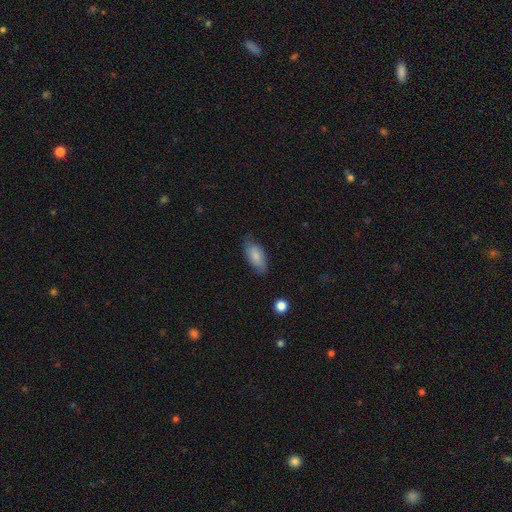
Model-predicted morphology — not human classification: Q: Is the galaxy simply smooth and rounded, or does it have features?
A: smooth — 76%.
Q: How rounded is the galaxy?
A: in between — 90%.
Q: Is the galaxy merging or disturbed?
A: none — 71%.